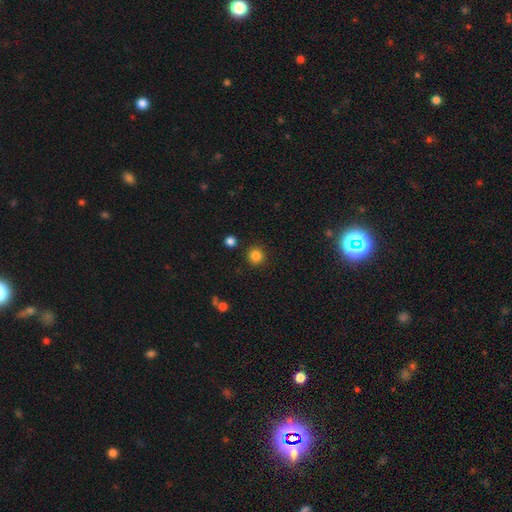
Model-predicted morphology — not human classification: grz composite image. It shows a smooth galaxy with no disk features (84%) that is round (93%). Merging: none (89%).